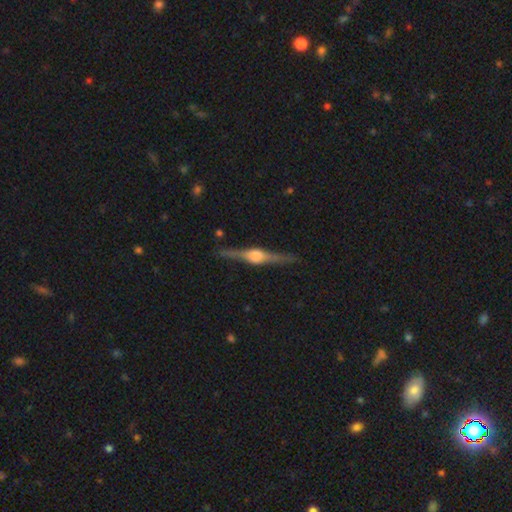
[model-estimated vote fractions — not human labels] smooth-or-featured: featured or disk: 86% | smooth: 9% | star or artifact: 6%
  disk-edge-on: yes: 98% | no: 2%
    edge-on-bulge: rounded: 88% | boxy: 10% | none: 2%
  merging: none: 89% | minor disturbance: 8% | major disturbance: 2% | merger: 1%